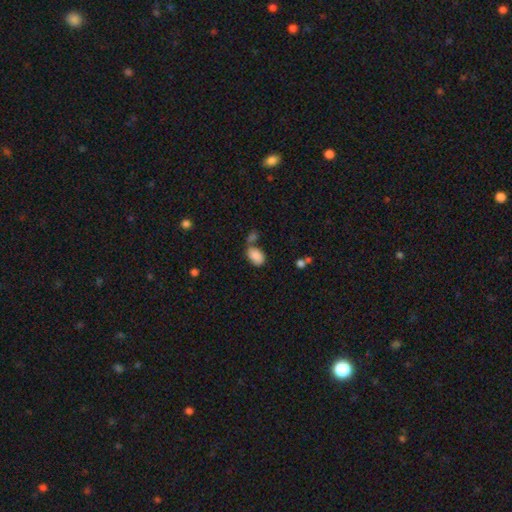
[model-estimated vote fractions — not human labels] Smooth or featured? smooth (87%)
How rounded? in between (90%)
Merging? none (50%)